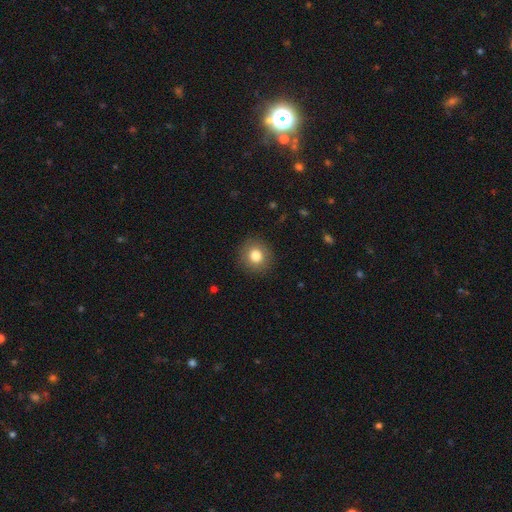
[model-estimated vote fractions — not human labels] Morphology: type=smooth (81%); roundness=round (90%); merging=none (91%).